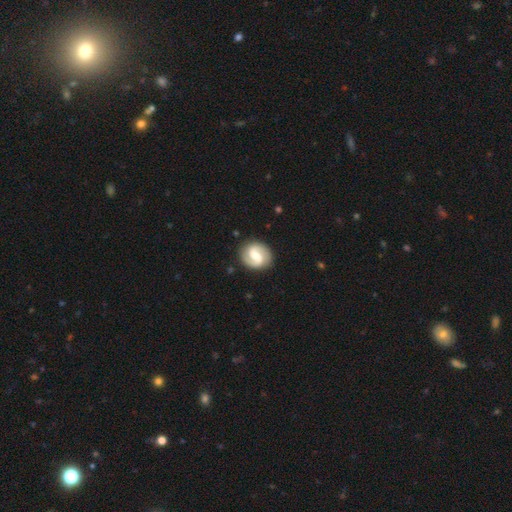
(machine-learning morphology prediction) A featured or disk galaxy (81%) with a weak bar (49%), 2 (92%) medium (47%) spiral arms (95%) and a moderate central bulge (53%). Merging: none (86%).